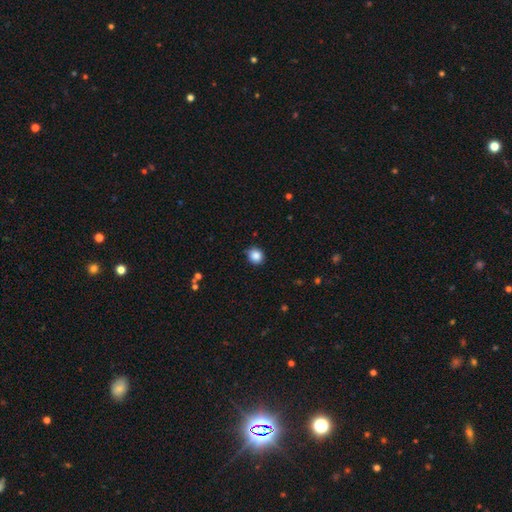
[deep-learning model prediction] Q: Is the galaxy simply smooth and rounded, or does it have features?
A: smooth — 87%.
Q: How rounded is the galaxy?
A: round — 77%.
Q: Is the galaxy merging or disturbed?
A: none — 85%.